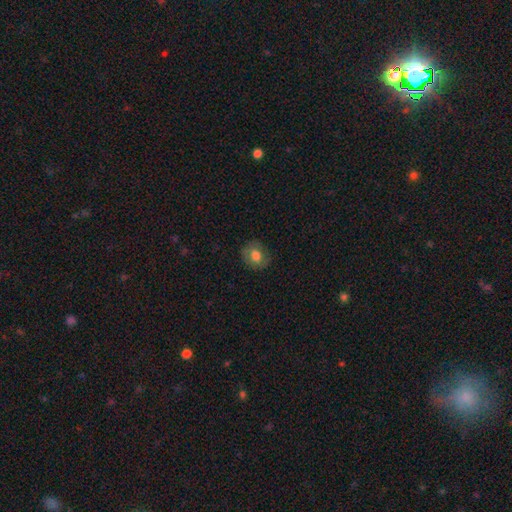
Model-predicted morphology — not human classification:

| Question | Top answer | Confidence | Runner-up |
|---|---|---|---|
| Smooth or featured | smooth | 72% | featured or disk (19%) |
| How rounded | round | 65% | in between (34%) |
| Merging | none | 80% | minor disturbance (14%) |